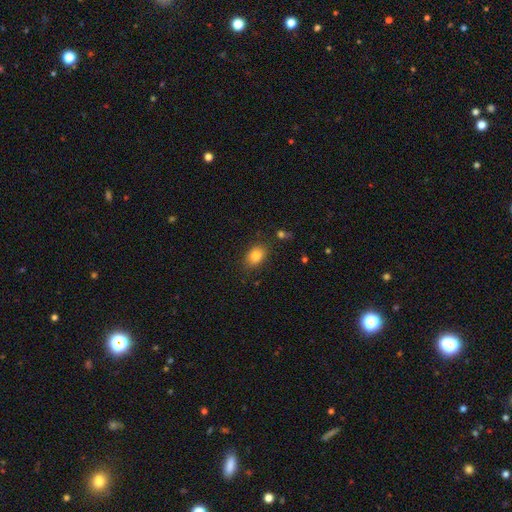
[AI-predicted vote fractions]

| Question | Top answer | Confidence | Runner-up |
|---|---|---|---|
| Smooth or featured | smooth | 82% | star or artifact (10%) |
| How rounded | in between | 75% | round (23%) |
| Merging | none | 82% | minor disturbance (13%) |